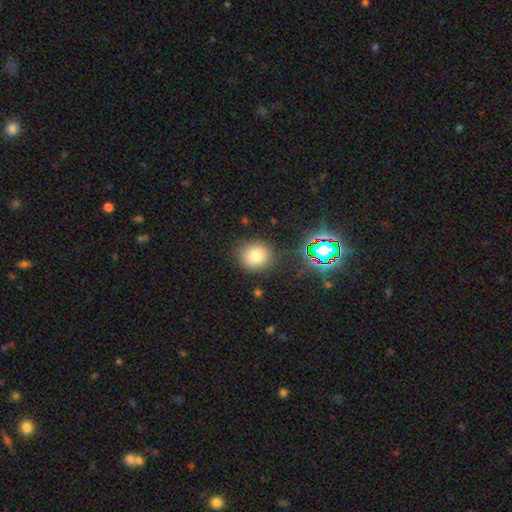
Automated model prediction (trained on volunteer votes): Smooth or featured? smooth (77%)
How rounded? round (84%)
Merging? none (86%)